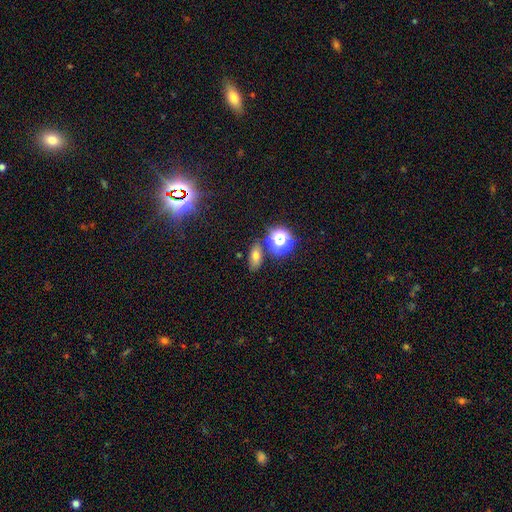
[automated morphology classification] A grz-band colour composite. It shows a smooth galaxy with no disk features (63%) that is in between round and cigar-shaped (76%). Merging: none (79%).